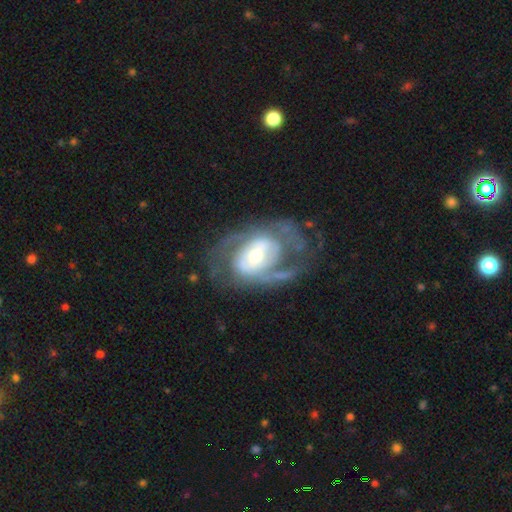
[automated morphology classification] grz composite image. It shows a featured or disk galaxy (84%) with a weak bar (37%, tied with no), 2 (60%) medium (43%) spiral arms (86%) and a moderate central bulge (54%). Merging: none (55%).